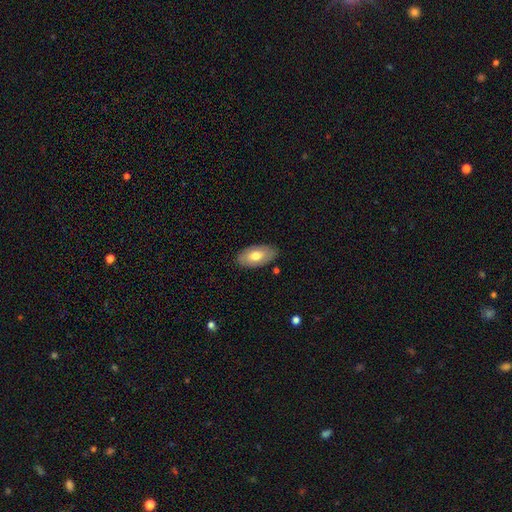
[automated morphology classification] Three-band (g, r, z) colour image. It shows a smooth galaxy with no disk features (70%) that is in between round and cigar-shaped (94%). Merging: none (86%).